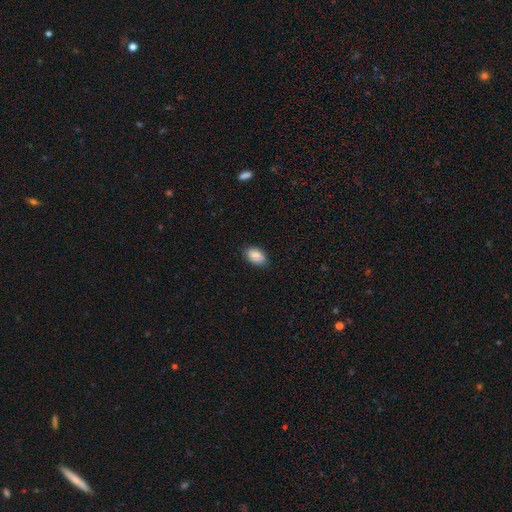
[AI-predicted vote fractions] This is clearly a smooth galaxy (88%). How rounded: clearly in between (92%). Merging: clearly none (85%).